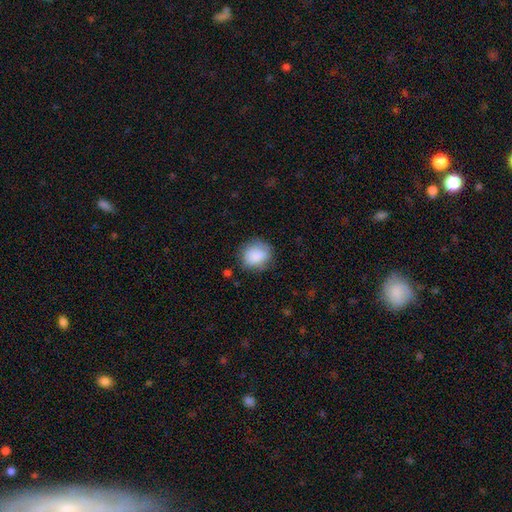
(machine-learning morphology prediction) Smooth or featured? Predicted: smooth (p=0.85). How rounded? Predicted: round (p=0.67). Merging? Predicted: none (p=0.71).